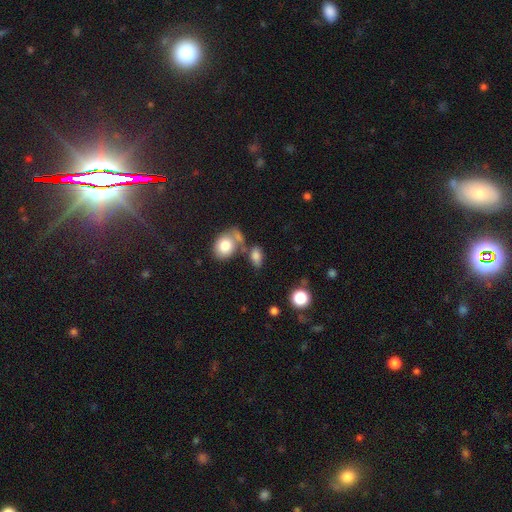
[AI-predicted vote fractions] Smooth or featured? smooth (79%)
How rounded? in between (84%)
Merging? none (53%)